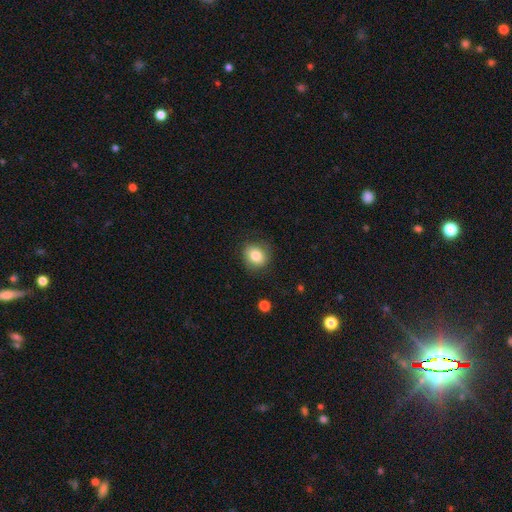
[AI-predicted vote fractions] This is clearly a smooth galaxy (83%). How rounded: likely round (73%). Merging: clearly none (82%).